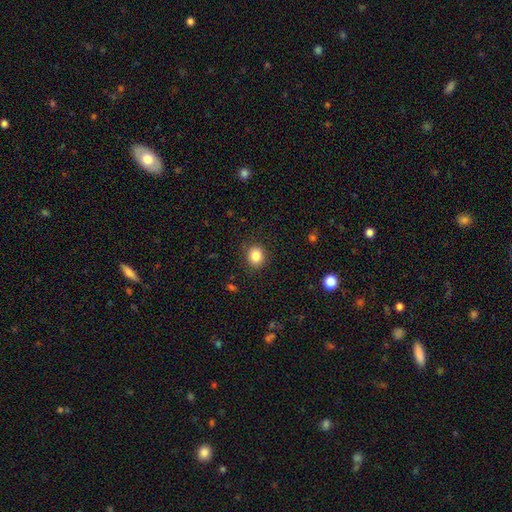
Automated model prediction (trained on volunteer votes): Q: Smooth or featured?
A: smooth (85%); runner-up: star or artifact (10%)
Q: How rounded?
A: round (76%); runner-up: in between (24%)
Q: Merging?
A: none (88%); runner-up: minor disturbance (8%)